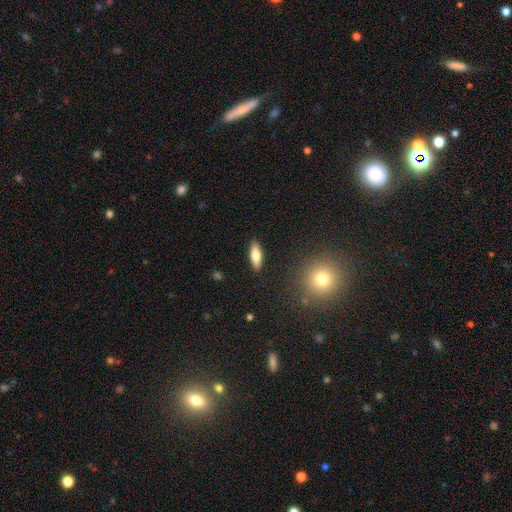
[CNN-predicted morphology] smooth-or-featured: smooth: 65% | featured or disk: 28% | star or artifact: 6%
  how-rounded: in between: 60% | cigar-shaped: 37% | round: 3%
  merging: none: 89% | minor disturbance: 8% | major disturbance: 2% | merger: 1%